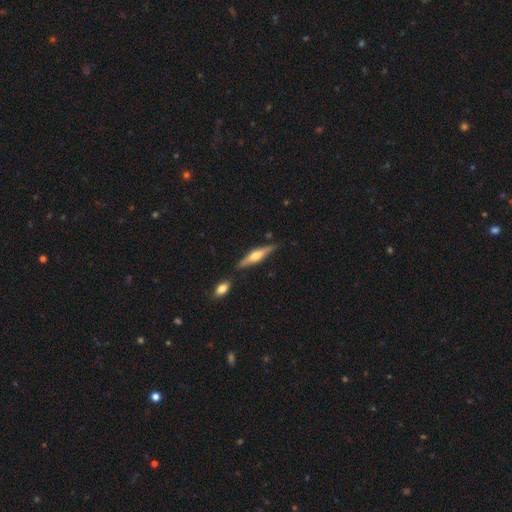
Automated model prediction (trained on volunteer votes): Smooth or featured?
  - featured or disk: 60% *
  - smooth: 34%
  - star or artifact: 6%
Edge-on disk?
  - yes: 95% *
  - no: 5%
Edge-on bulge?
  - rounded: 90% *
  - boxy: 6%
  - none: 4%
Merging?
  - none: 81% *
  - minor disturbance: 11%
  - merger: 6%
  - major disturbance: 2%